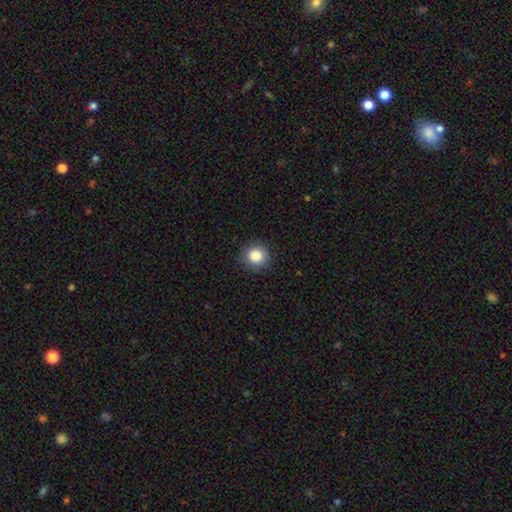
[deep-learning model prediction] smooth 85%, star or artifact 10%, featured or disk 5%. Down the decision tree: how rounded — round (92%); merging — none (90%).